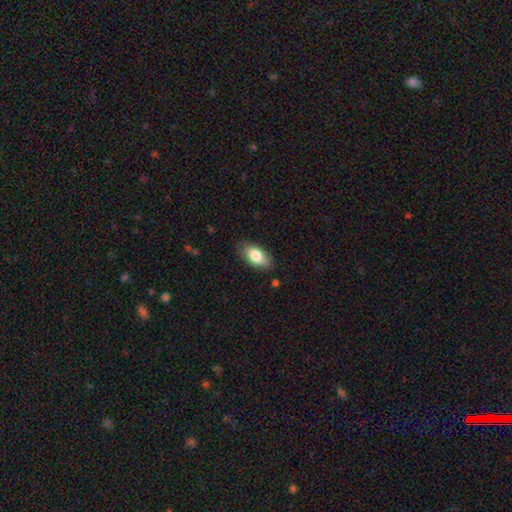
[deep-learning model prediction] Morphology: type=smooth (81%); roundness=in between (92%); merging=none (81%).